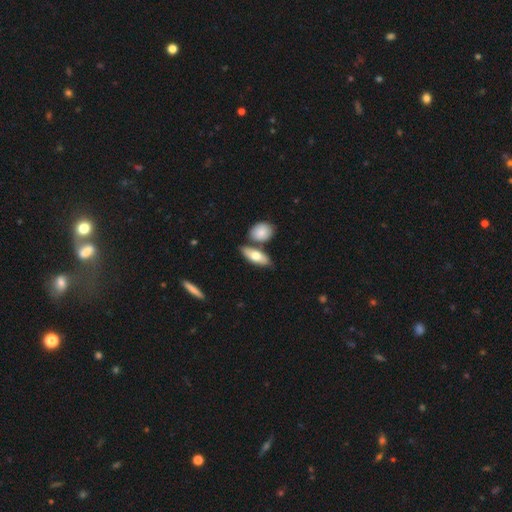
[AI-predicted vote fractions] This appears to be a smooth galaxy with no disk features (69%) that is in between round and cigar-shaped (75%). Merging: none (64%).